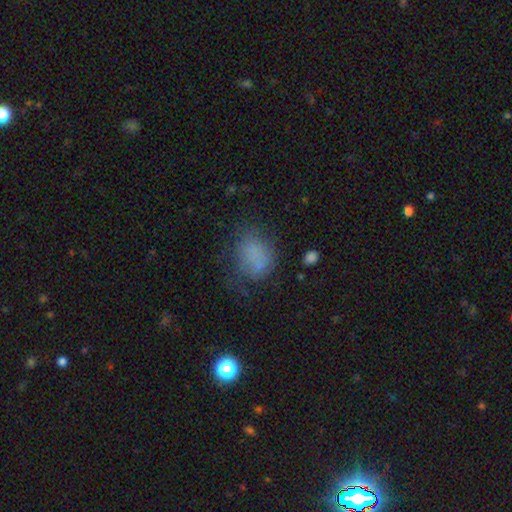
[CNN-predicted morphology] Smooth or featured: smooth — 71% (star or artifact — 15%)
How rounded: in between — 59% (round — 40%)
Merging: none — 49% (minor disturbance — 26%)